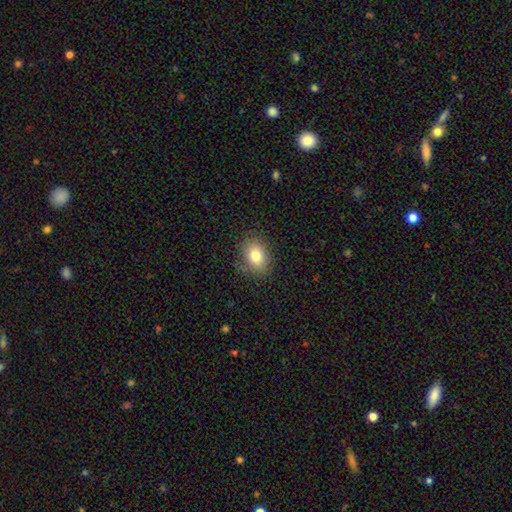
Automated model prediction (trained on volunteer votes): This appears to be a smooth galaxy with no disk features (80%) that is in between round and cigar-shaped (63%). Merging: none (82%).